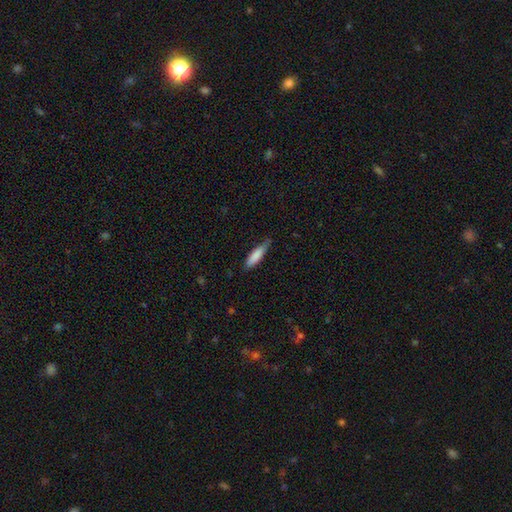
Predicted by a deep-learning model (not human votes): This appears to be a smooth galaxy with no disk features (83%) that is cigar-shaped (68%). Merging: none (69%).